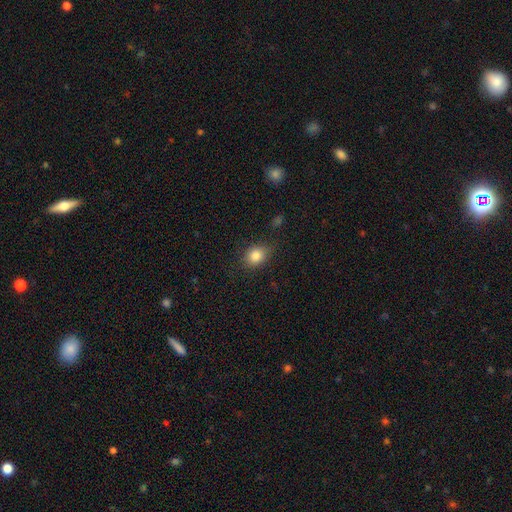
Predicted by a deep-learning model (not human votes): Morphology: type=smooth (83%); roundness=in between (52%); merging=none (79%).